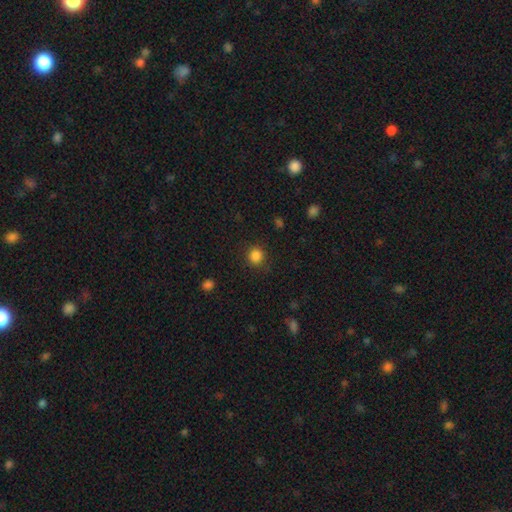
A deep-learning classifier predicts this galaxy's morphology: This appears to be a smooth galaxy with no disk features (85%) that is round (90%). Merging: none (88%).